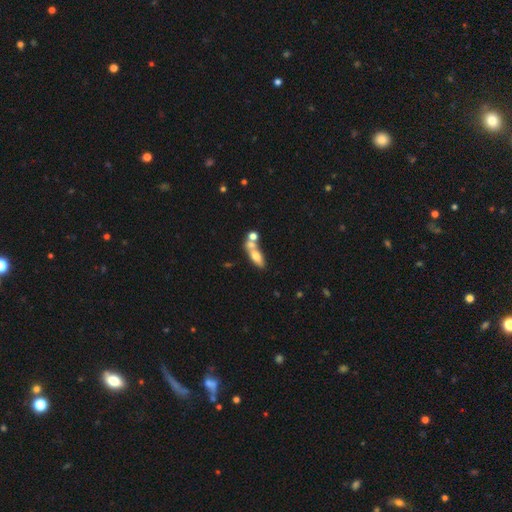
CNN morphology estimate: Smooth or featured? Predicted: smooth (p=0.61). How rounded? Predicted: in between (p=0.67). Merging? Predicted: merger (p=0.44).